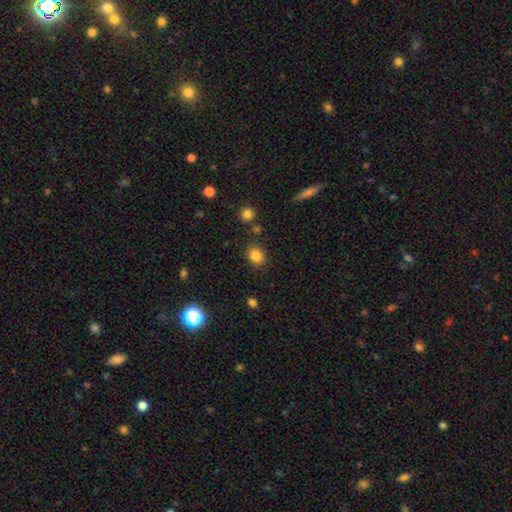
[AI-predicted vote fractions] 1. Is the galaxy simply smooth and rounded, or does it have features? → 83% smooth, 11% star or artifact, 6% featured or disk.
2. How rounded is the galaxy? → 59% round, 40% in between, 1% cigar-shaped.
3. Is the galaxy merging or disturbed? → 83% none, 10% minor disturbance, 4% merger, 3% major disturbance.